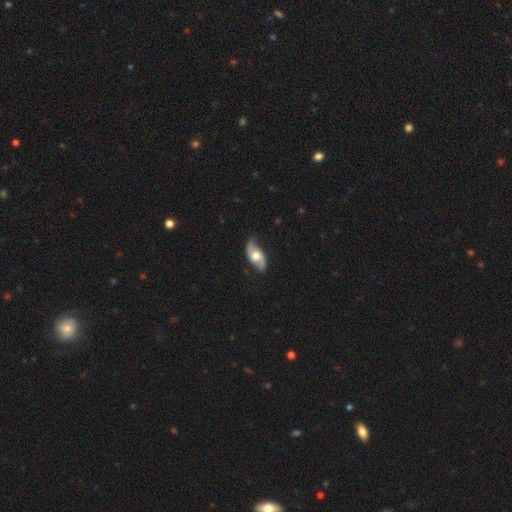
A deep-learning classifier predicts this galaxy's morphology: This appears to be a featured or disk galaxy (75%) with no bar (67%), 2 (92%) loose (57%) spiral arms (91%) and a moderate central bulge (68%). Merging: none (76%).